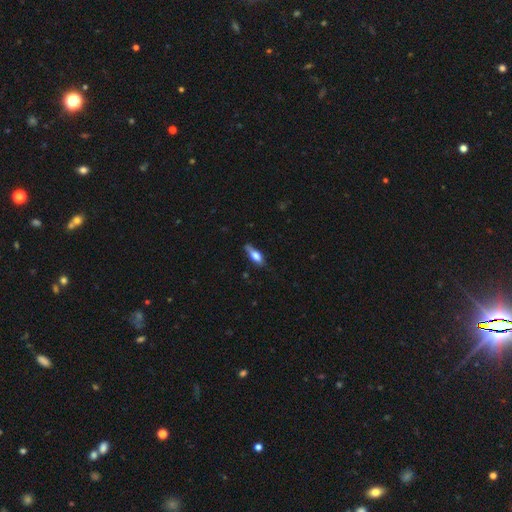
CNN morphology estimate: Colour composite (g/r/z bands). It shows a smooth galaxy with no disk features (60%) that is in between round and cigar-shaped (58%). Merging: none (66%).